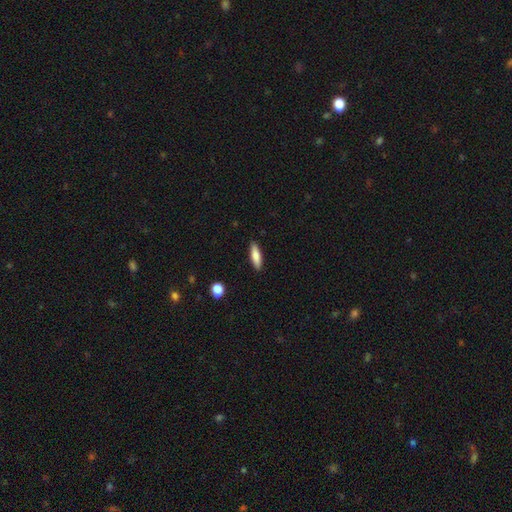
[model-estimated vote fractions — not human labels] This is likely a smooth galaxy (80%). How rounded: possibly cigar-shaped (58%). Merging: clearly none (89%).